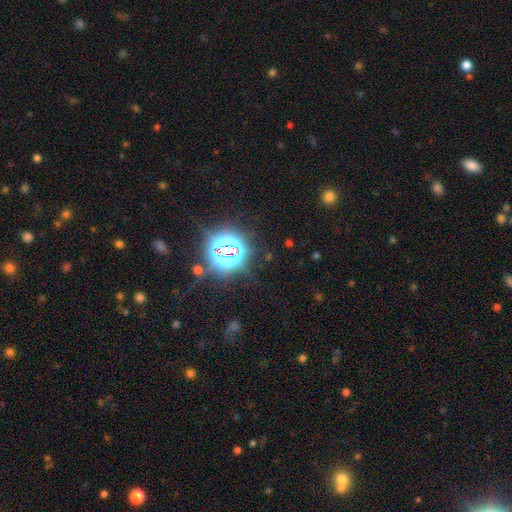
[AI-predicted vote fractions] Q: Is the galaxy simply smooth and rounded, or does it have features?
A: star or artifact — 79%.